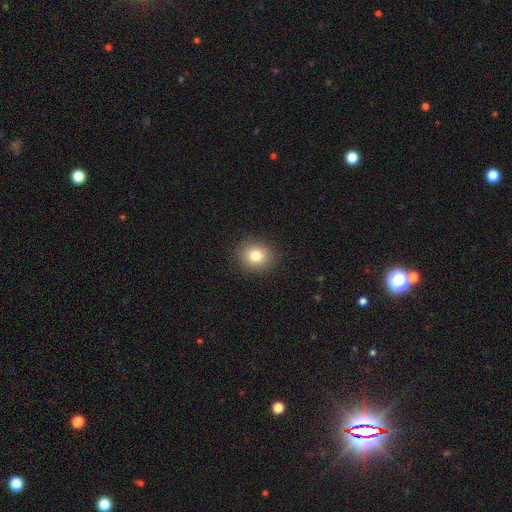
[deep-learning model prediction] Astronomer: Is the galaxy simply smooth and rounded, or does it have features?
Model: smooth — 82%.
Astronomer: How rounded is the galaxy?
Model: round — 77%.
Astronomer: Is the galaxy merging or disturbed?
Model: none — 89%.